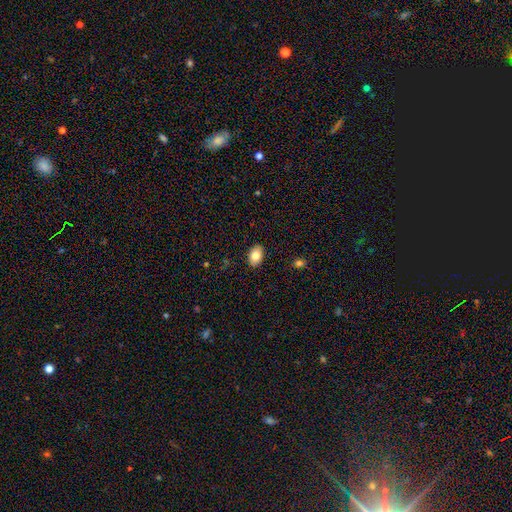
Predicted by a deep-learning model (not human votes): Smooth or featured? smooth (81%)
How rounded? in between (88%)
Merging? none (89%)